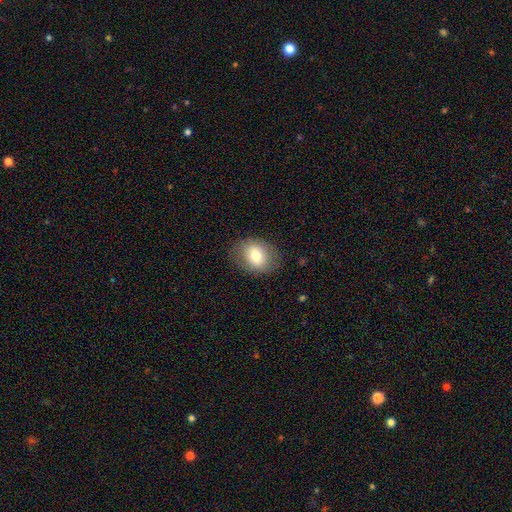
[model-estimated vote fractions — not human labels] smooth_or_featured: smooth (p=0.75) [alt: featured or disk p=0.17]
how_rounded: in between (p=0.60) [alt: round p=0.39]
merging: none (p=0.81) [alt: minor disturbance p=0.13]